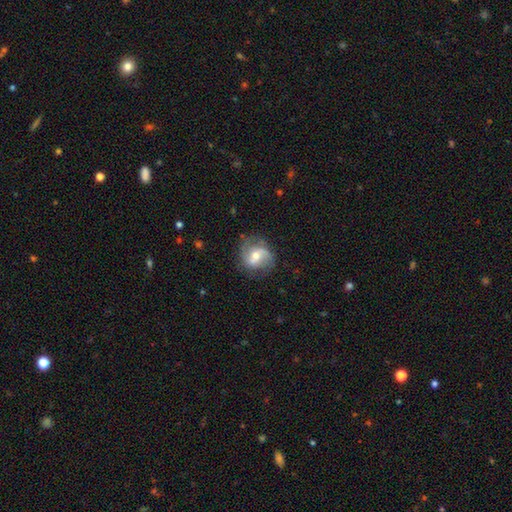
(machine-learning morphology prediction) Smooth or featured? Predicted: featured or disk (p=0.66). Edge-on disk? Predicted: no (p=0.97). Bar? Predicted: weak (p=0.45). Spiral arms? Predicted: yes (p=0.87). Spiral winding? Predicted: medium (p=0.43). Spiral arm count? Predicted: 2 (p=0.81). Bulge size? Predicted: moderate (p=0.61). Merging? Predicted: none (p=0.70).